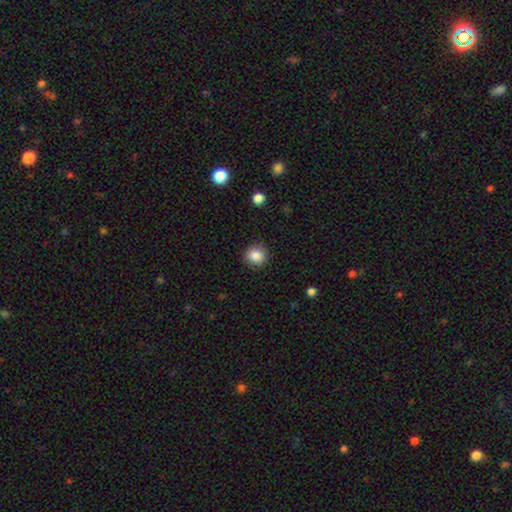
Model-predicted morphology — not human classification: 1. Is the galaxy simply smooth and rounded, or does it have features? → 86% smooth, 10% star or artifact, 4% featured or disk.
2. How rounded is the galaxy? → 90% round, 9% in between, 1% cigar-shaped.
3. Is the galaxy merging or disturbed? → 87% none, 9% minor disturbance, 3% major disturbance, 1% merger.